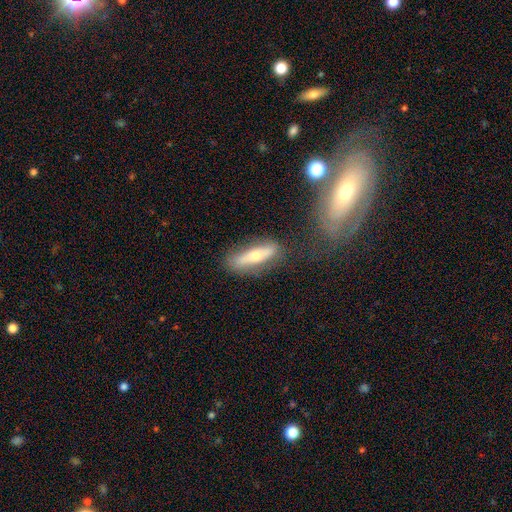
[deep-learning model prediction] Smooth or featured? Predicted: featured or disk (p=0.53). Edge-on disk? Predicted: yes (p=0.64). Merging? Predicted: none (p=0.71).